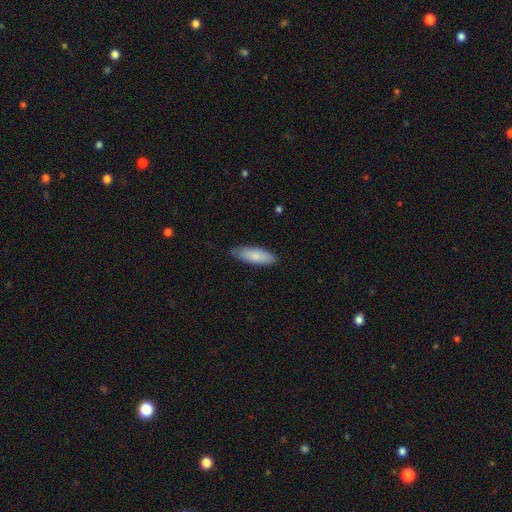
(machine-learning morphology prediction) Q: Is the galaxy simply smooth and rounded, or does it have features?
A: smooth — 84%.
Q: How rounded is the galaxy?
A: in between — 59%.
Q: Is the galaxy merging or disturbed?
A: none — 82%.